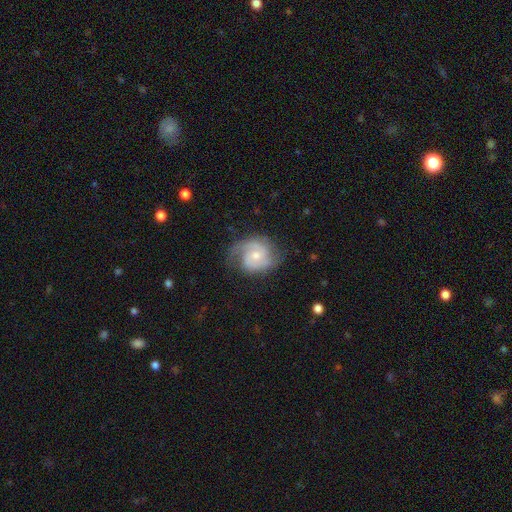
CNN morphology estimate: A featured or disk galaxy (79%) with no bar (64%), 2 (76%) medium (46%) spiral arms (95%) and a moderate central bulge (56%). Merging: none (66%).